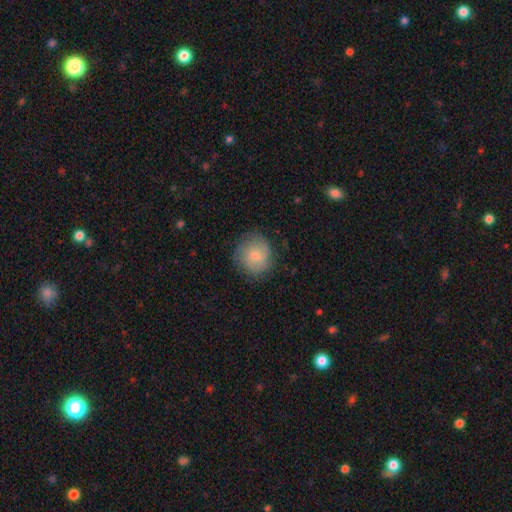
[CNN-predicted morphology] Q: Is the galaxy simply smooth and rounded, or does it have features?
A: smooth — 74%.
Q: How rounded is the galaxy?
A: round — 84%.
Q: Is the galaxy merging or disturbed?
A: none — 77%.